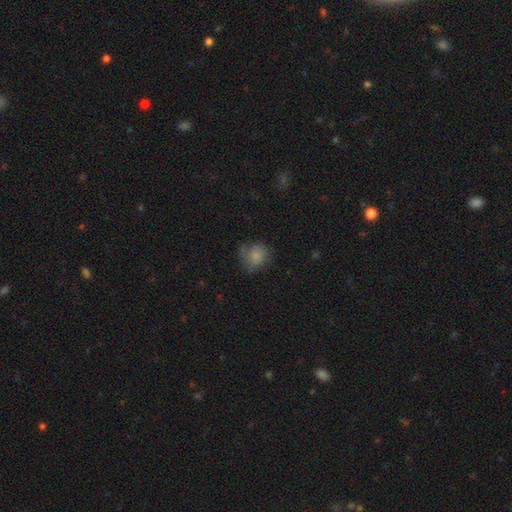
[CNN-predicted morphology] A smooth galaxy with no disk features (78%) that is round (82%). Merging: none (63%).